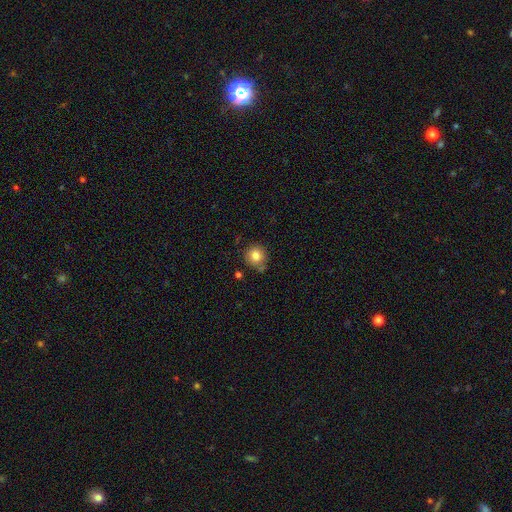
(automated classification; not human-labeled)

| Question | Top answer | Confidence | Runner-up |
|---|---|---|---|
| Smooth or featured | smooth | 82% | star or artifact (10%) |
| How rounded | round | 92% | in between (7%) |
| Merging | none | 75% | minor disturbance (15%) |